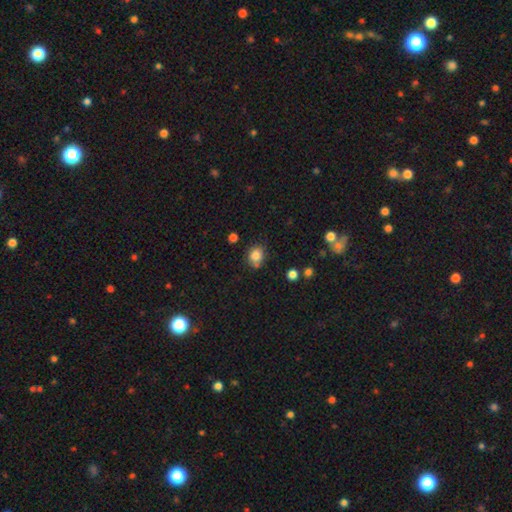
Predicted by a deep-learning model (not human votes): Morphology: type=smooth (82%); roundness=round (71%); merging=none (72%).